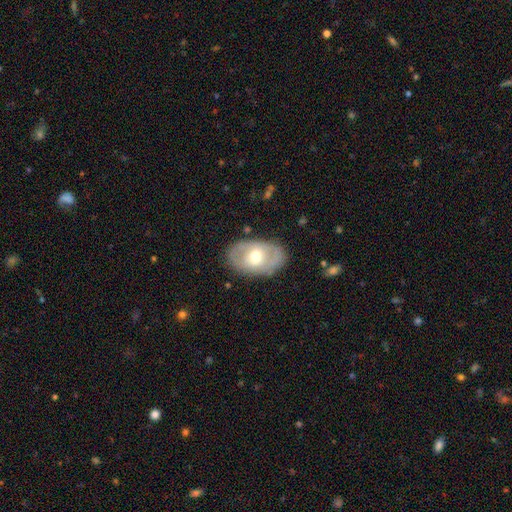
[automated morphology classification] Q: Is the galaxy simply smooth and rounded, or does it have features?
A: featured or disk — 54%.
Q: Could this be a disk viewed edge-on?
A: no — 91%.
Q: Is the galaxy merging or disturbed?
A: none — 81%.